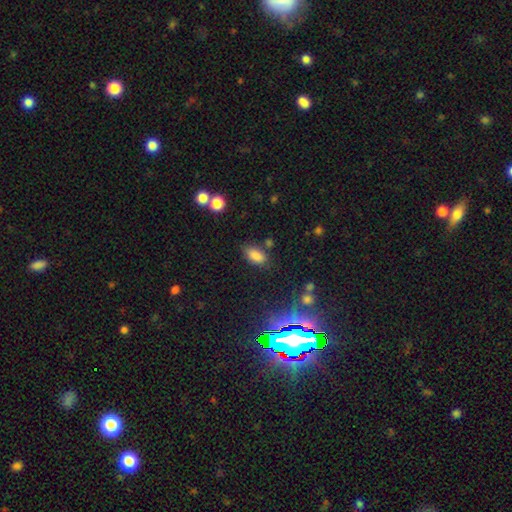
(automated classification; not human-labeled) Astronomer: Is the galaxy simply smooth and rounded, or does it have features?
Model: smooth — 82%.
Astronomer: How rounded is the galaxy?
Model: in between — 91%.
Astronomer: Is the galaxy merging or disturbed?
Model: none — 76%.